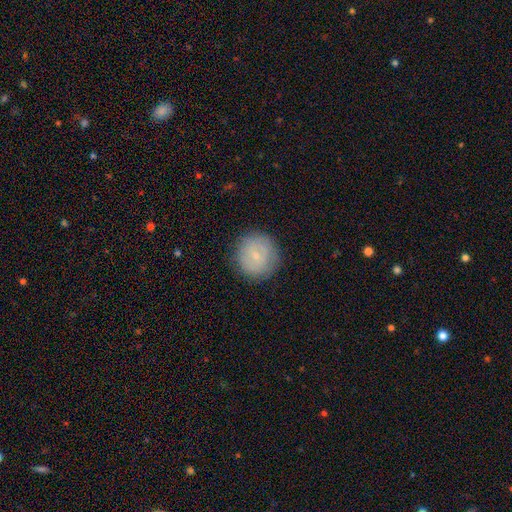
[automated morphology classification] Smooth or featured: smooth — 71% (featured or disk — 21%)
How rounded: round — 93% (in between — 6%)
Merging: none — 86% (minor disturbance — 10%)